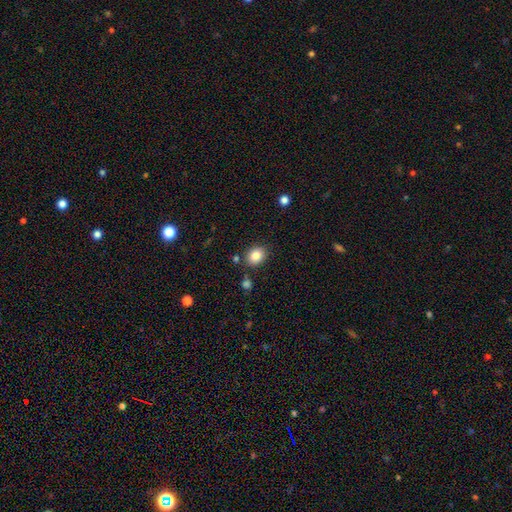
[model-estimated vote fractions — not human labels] A smooth galaxy with no disk features (85%) that is in between round and cigar-shaped (53%). Merging: none (82%).